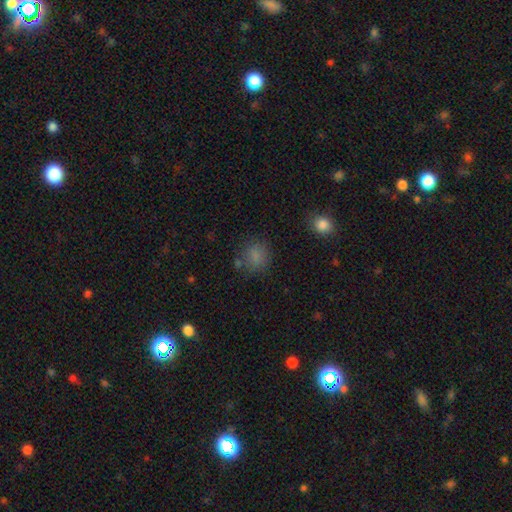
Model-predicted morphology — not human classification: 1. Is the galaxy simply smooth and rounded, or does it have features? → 81% smooth, 13% star or artifact, 6% featured or disk.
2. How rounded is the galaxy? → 79% round, 20% in between, 1% cigar-shaped.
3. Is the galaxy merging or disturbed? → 76% none, 14% minor disturbance, 5% merger, 5% major disturbance.